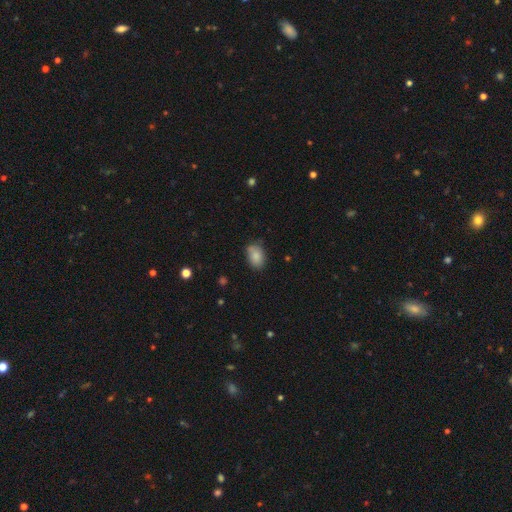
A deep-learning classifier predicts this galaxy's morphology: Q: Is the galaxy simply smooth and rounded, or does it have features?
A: smooth — 84%.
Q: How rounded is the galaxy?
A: in between — 83%.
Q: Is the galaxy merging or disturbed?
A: none — 68%.